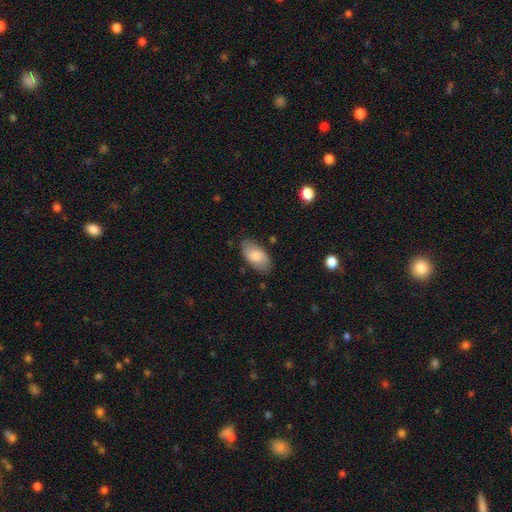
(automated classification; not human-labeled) Q: Smooth or featured?
A: smooth (79%); runner-up: featured or disk (15%)
Q: How rounded?
A: in between (94%); runner-up: round (3%)
Q: Merging?
A: none (81%); runner-up: minor disturbance (15%)